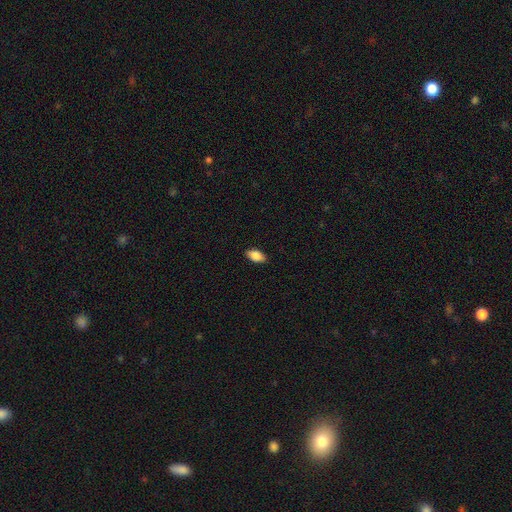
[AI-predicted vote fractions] This appears to be a smooth galaxy with no disk features (85%) that is in between round and cigar-shaped (91%). Merging: none (88%).